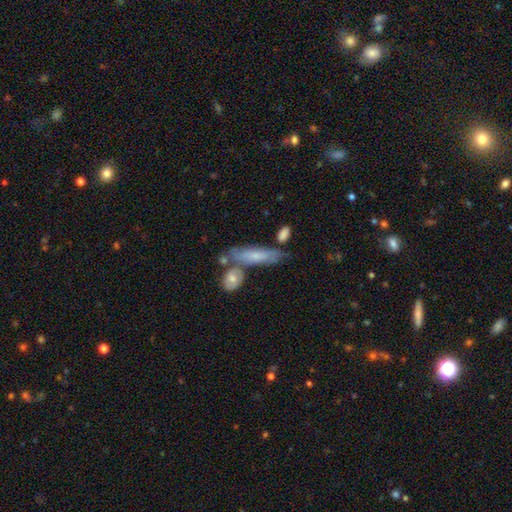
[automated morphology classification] Smooth or featured? smooth (56%)
How rounded? cigar-shaped (62%)
Merging? none (55%)